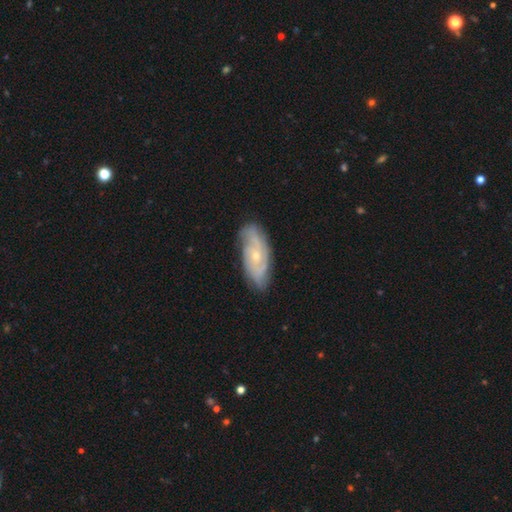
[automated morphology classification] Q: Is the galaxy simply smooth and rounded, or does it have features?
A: featured or disk — 76%.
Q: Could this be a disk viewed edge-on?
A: no — 91%.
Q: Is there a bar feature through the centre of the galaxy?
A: no — 74%.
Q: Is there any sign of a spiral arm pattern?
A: yes — 92%.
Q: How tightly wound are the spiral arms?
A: tight — 54%.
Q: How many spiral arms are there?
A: can't tell — 33%.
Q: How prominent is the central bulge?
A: small — 66%.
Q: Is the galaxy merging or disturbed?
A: none — 79%.